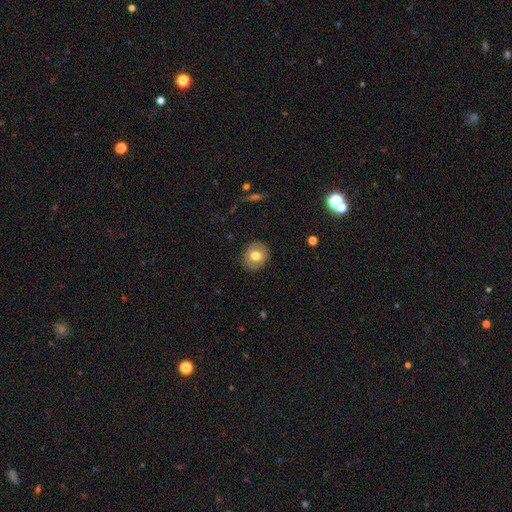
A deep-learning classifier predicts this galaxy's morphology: smooth_or_featured: smooth (p=0.70) [alt: featured or disk p=0.22]
how_rounded: round (p=0.77) [alt: in between p=0.23]
merging: none (p=0.89) [alt: minor disturbance p=0.08]